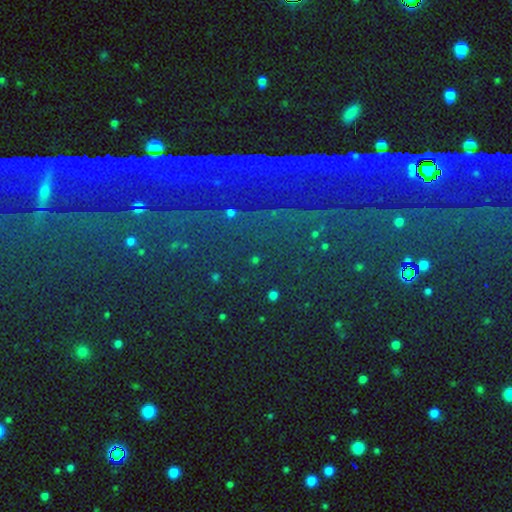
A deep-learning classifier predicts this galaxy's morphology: Overall: star or artifact (83%).